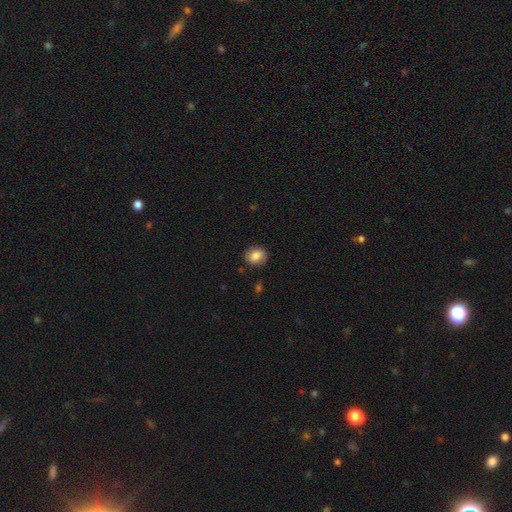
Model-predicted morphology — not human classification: Smooth or featured: smooth — 82% (featured or disk — 10%)
How rounded: round — 60% (in between — 39%)
Merging: none — 85% (minor disturbance — 11%)